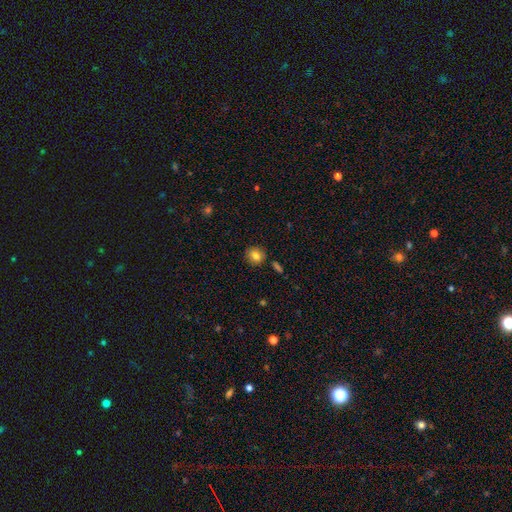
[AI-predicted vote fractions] smooth 82%, star or artifact 10%, featured or disk 9%. Down the decision tree: how rounded — round (83%); merging — none (86%).